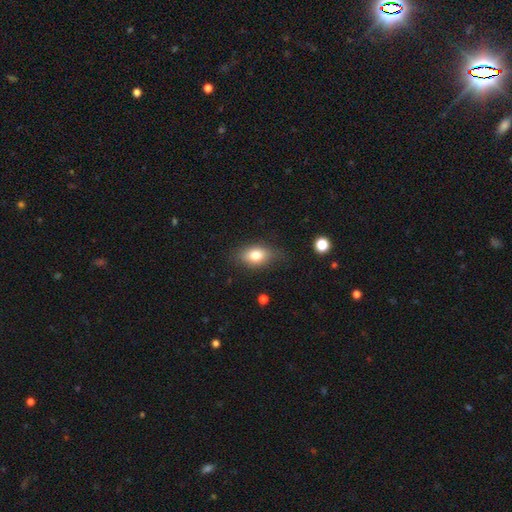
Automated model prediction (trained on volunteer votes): This is likely a smooth galaxy (77%). How rounded: clearly in between (81%). Merging: likely none (73%).